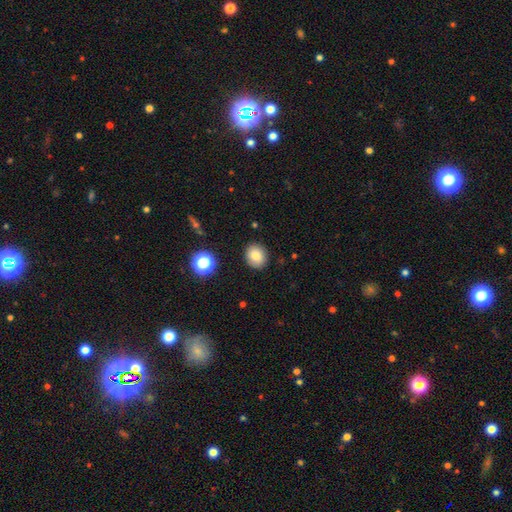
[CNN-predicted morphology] Smooth or featured: smooth — 83% (star or artifact — 11%)
How rounded: round — 69% (in between — 30%)
Merging: none — 88% (minor disturbance — 8%)